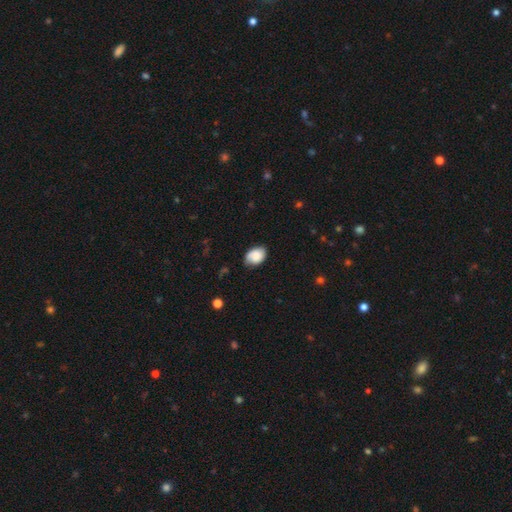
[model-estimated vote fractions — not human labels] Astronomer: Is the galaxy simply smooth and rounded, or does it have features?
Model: smooth — 72%.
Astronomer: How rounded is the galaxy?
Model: in between — 79%.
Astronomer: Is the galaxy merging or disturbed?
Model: none — 65%.